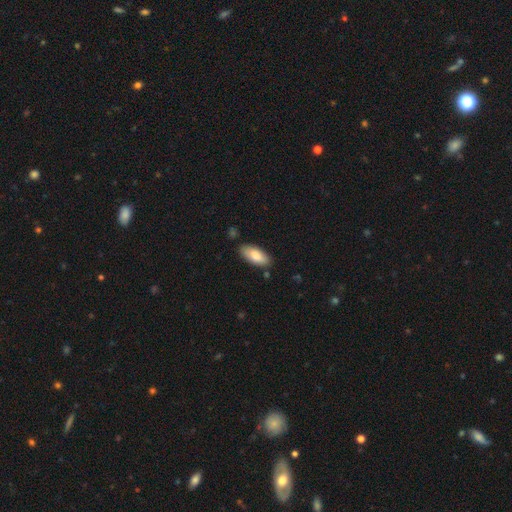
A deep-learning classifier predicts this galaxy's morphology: Overall: smooth (81%). How rounded: in between (88%). Merging: none (84%).